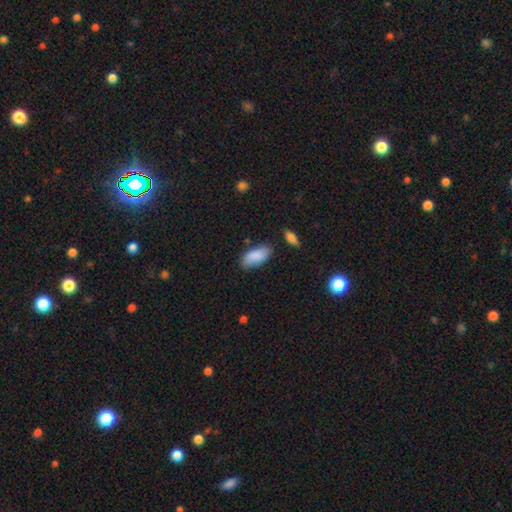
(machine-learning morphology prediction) smooth-or-featured: smooth: 86% | featured or disk: 7% | star or artifact: 6%
  how-rounded: in between: 91% | cigar-shaped: 7% | round: 2%
  merging: none: 77% | minor disturbance: 16% | merger: 3% | major disturbance: 3%